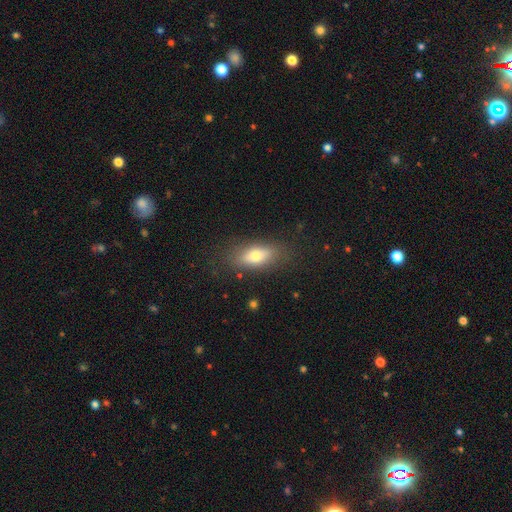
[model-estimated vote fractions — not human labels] Morphology: type=smooth (72%); roundness=in between (78%); merging=none (81%).